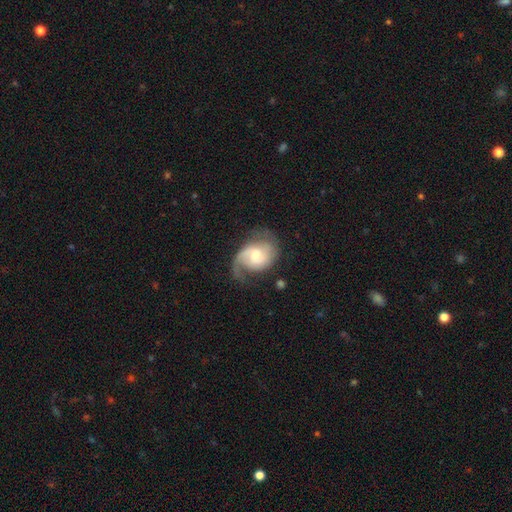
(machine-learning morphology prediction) The model was most divided on "spiral winding": medium: 45%, loose: 36%, tight: 19%. Remaining: edge-on disk — no (97%); spiral arms — yes (93%); smooth or featured — featured or disk (75%); spiral arm count — 2 (67%); bar — no (52%); merging — none (52%); bulge size — moderate (49%).